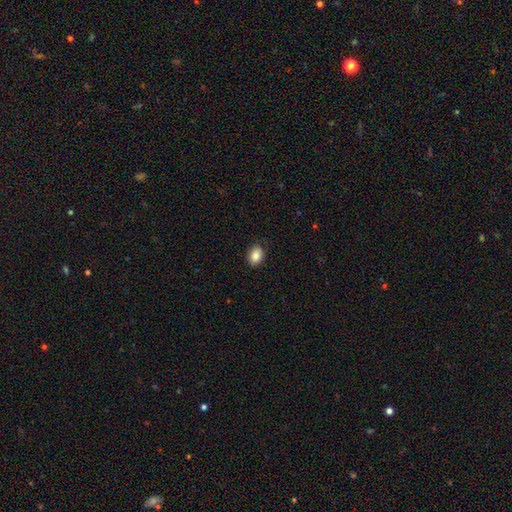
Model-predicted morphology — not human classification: type=smooth (86%); roundness=in between (73%); merging=none (82%).